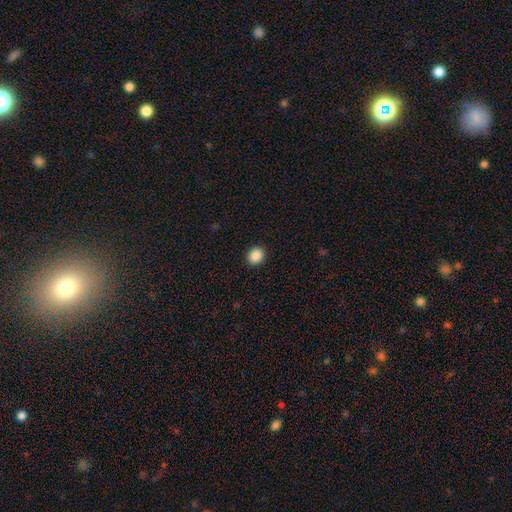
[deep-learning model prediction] A smooth galaxy with no disk features (89%) that is round (76%).

Vote fractions:
- Smooth or featured? smooth: 89% / star or artifact: 9% / featured or disk: 3%
- How rounded? round: 76% / in between: 23% / cigar-shaped: 1%
- Merging? none: 92% / minor disturbance: 5% / major disturbance: 2% / merger: 1%